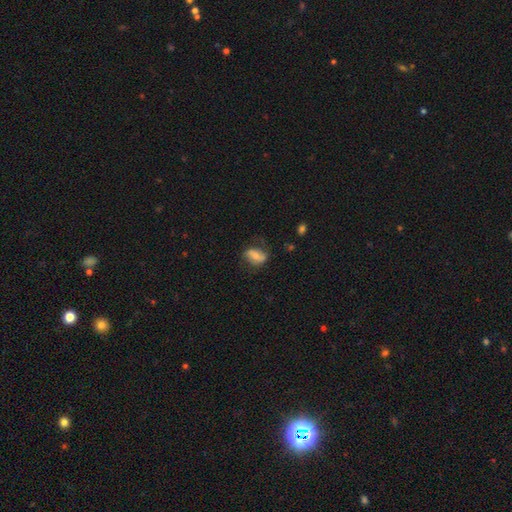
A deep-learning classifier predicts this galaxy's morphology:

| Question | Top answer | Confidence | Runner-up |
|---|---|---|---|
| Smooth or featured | smooth | 56% | featured or disk (36%) |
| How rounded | in between | 81% | round (16%) |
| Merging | none | 62% | minor disturbance (24%) |